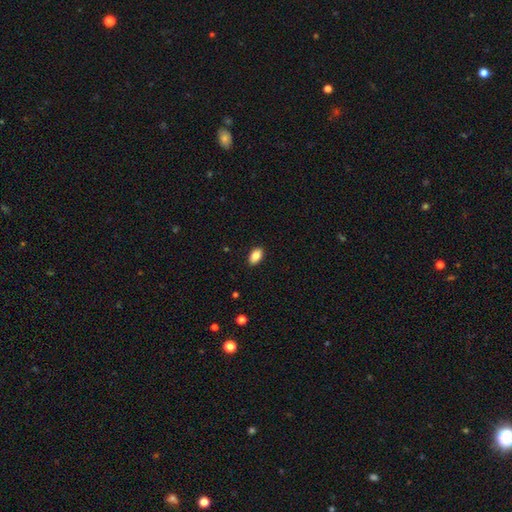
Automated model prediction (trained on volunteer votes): Smooth or featured? Predicted: smooth (p=0.84). How rounded? Predicted: in between (p=0.91). Merging? Predicted: none (p=0.89).